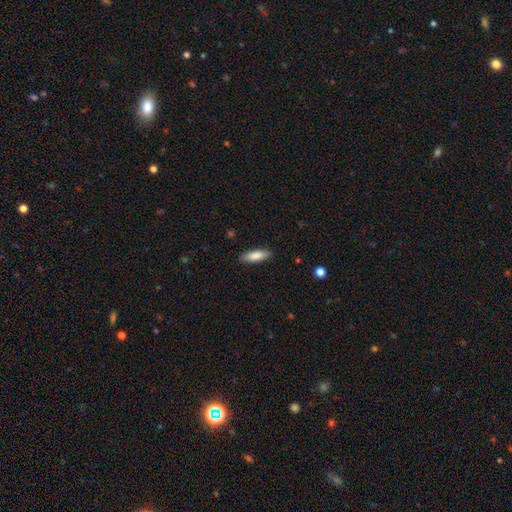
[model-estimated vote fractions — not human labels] Smooth or featured: smooth — 84% (featured or disk — 10%)
How rounded: in between — 52% (cigar-shaped — 47%)
Merging: none — 88% (minor disturbance — 9%)